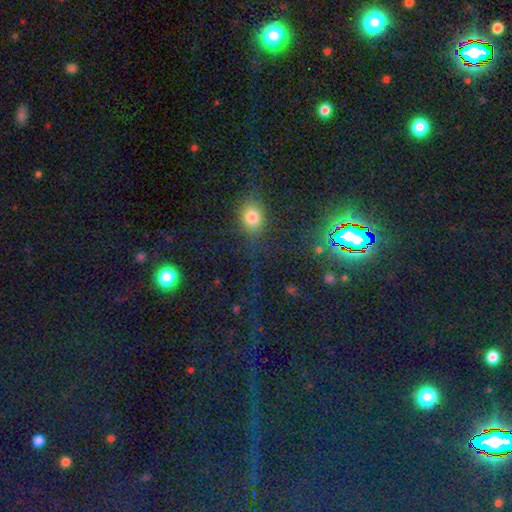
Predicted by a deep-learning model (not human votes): star or artifact 48%, smooth 41%, featured or disk 11%.